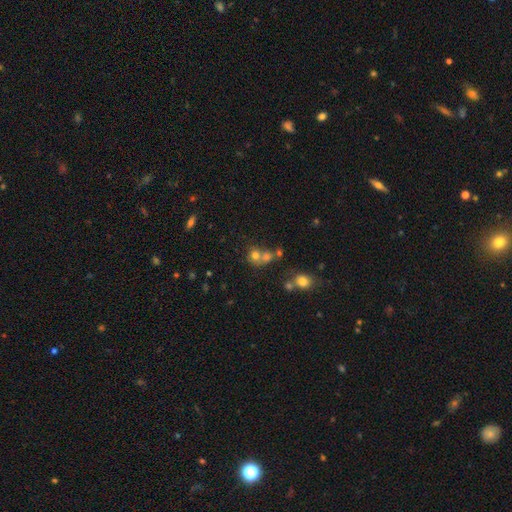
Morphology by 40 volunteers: Q: Smooth or featured?
A: smooth (78%); runner-up: star or artifact (12%)
Q: How rounded?
A: round (87%); runner-up: in between (13%)
Q: Merging?
A: merger (54%); runner-up: none (34%)